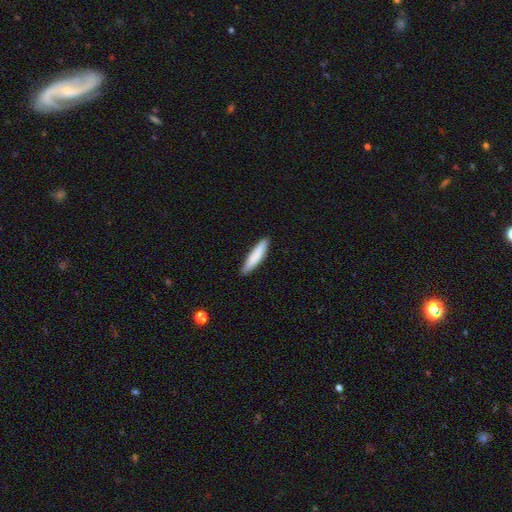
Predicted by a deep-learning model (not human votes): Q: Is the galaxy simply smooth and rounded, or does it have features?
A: smooth — 82%.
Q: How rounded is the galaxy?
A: cigar-shaped — 86%.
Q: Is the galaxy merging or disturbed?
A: none — 89%.